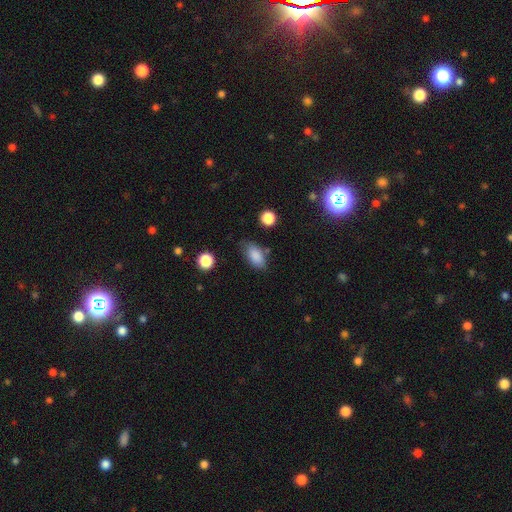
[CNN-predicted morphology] A smooth galaxy with no disk features (86%) that is in between round and cigar-shaped (91%). Merging: none (71%).